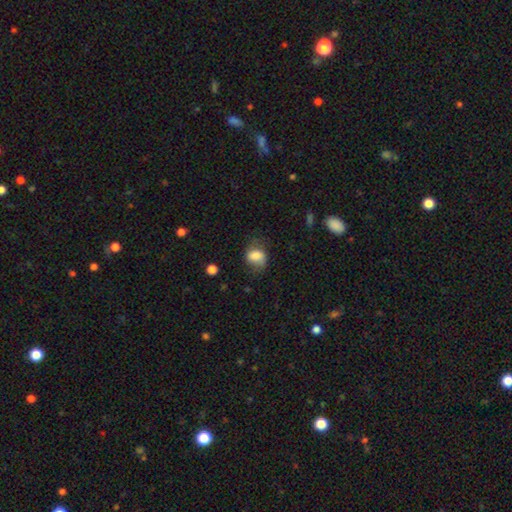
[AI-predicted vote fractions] Smooth or featured? Predicted: smooth (p=0.75). How rounded? Predicted: in between (p=0.57). Merging? Predicted: none (p=0.51).